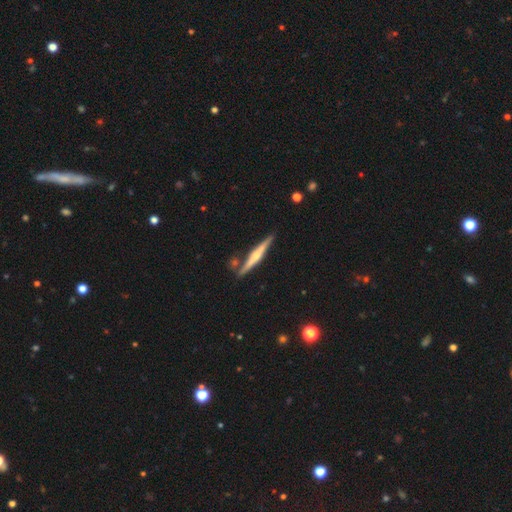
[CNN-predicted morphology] This appears to be a featured or disk galaxy (66%) viewed edge-on (97%) with a rounded central bulge (80%). Merging: none (80%).